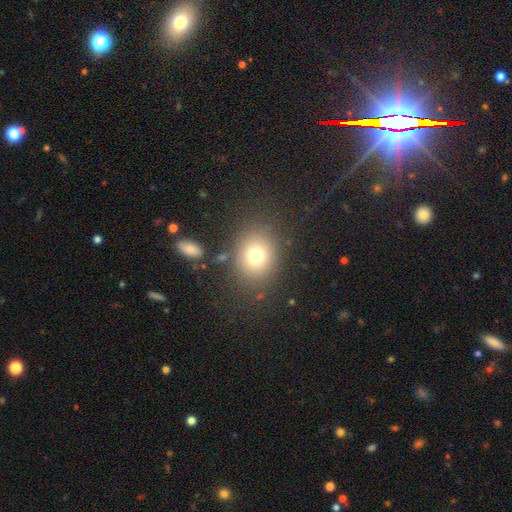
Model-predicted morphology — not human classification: Q: Smooth or featured?
A: smooth (75%); runner-up: star or artifact (14%)
Q: How rounded?
A: round (61%); runner-up: in between (38%)
Q: Merging?
A: none (80%); runner-up: minor disturbance (10%)